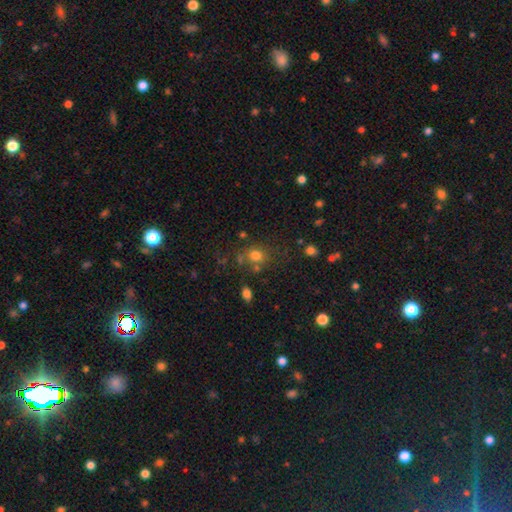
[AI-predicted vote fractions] smooth 75%, star or artifact 16%, featured or disk 9%. Down the decision tree: how rounded — round (69%); merging — none (62%).